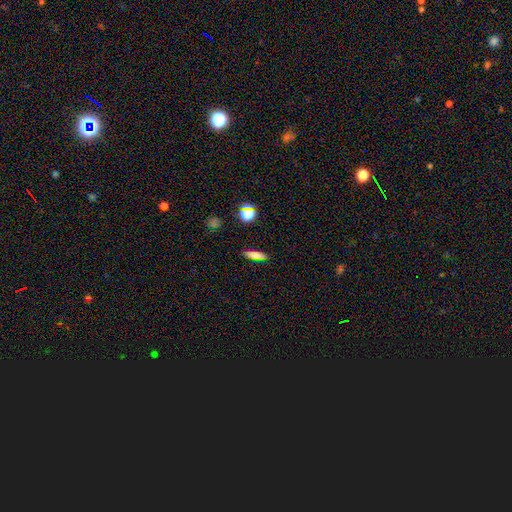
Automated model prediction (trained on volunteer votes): This is likely a smooth galaxy (71%). How rounded: likely cigar-shaped (65%). Merging: clearly none (88%).